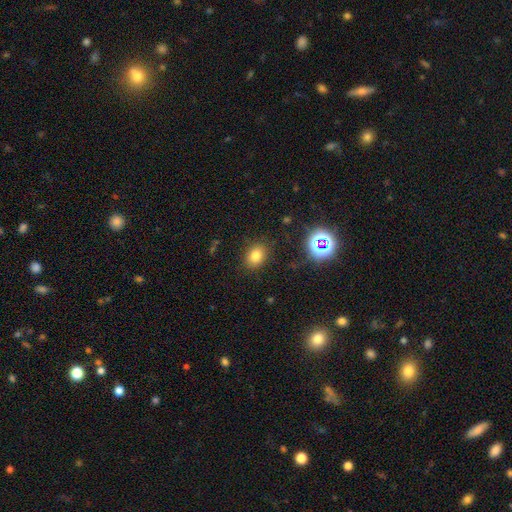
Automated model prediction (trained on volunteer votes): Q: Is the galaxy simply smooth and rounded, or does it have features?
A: smooth — 75%.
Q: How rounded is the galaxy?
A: in between — 55%.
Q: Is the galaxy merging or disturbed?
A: none — 86%.